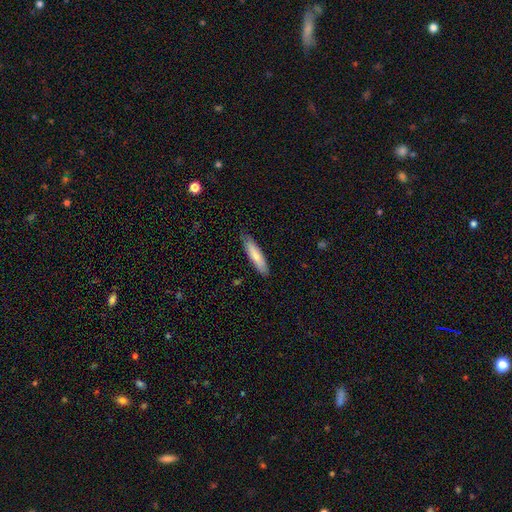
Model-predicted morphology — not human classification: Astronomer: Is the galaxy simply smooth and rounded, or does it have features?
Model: smooth — 77%.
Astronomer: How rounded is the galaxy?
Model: cigar-shaped — 76%.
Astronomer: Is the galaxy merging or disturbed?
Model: none — 83%.